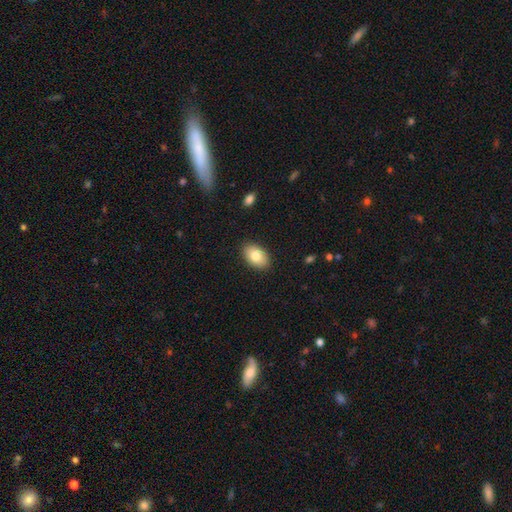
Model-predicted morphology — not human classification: Q: Smooth or featured?
A: smooth (81%); runner-up: featured or disk (12%)
Q: How rounded?
A: in between (91%); runner-up: round (7%)
Q: Merging?
A: none (89%); runner-up: minor disturbance (8%)